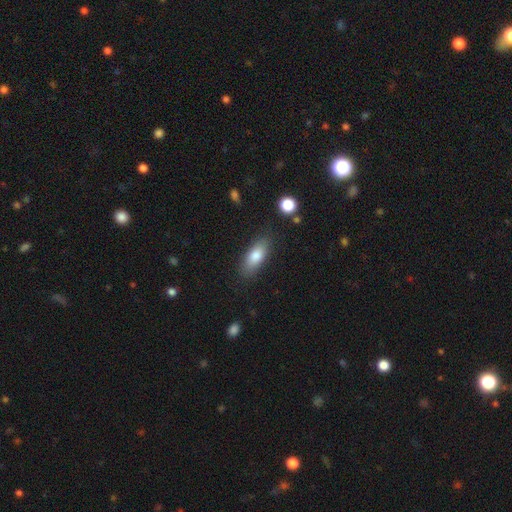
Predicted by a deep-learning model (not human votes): Smooth or featured? Predicted: smooth (p=0.79). How rounded? Predicted: in between (p=0.75). Merging? Predicted: none (p=0.83).